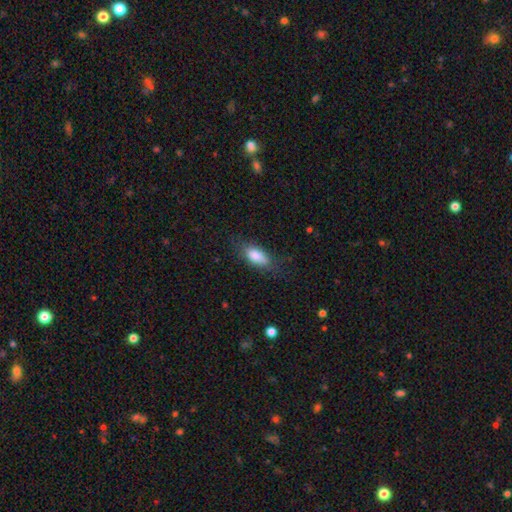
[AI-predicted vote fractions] Q: Smooth or featured?
A: smooth (83%); runner-up: featured or disk (10%)
Q: How rounded?
A: in between (85%); runner-up: cigar-shaped (12%)
Q: Merging?
A: none (70%); runner-up: minor disturbance (21%)